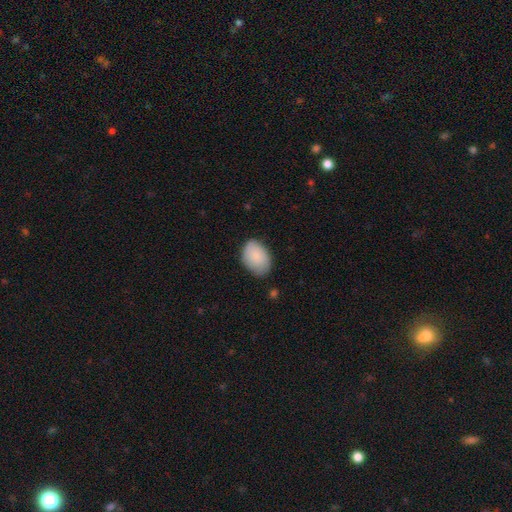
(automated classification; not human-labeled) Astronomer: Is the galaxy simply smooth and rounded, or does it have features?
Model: smooth — 87%.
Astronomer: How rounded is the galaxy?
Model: in between — 85%.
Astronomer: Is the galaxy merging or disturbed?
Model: none — 74%.